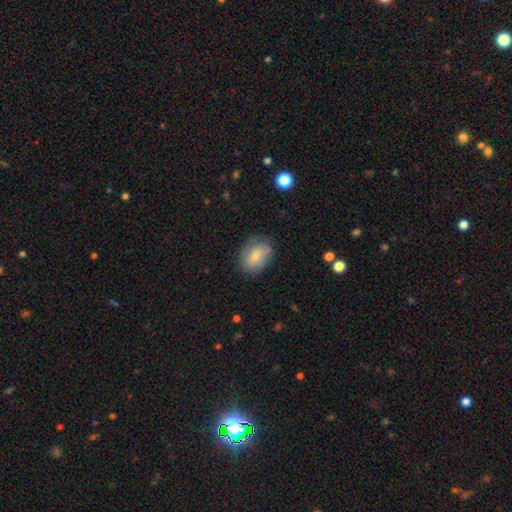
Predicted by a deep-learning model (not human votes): Smooth or featured: smooth — 62% (featured or disk — 29%)
How rounded: in between — 67% (round — 32%)
Merging: none — 74% (minor disturbance — 19%)